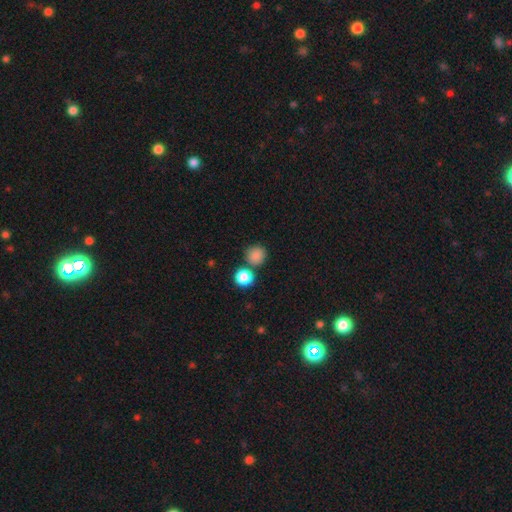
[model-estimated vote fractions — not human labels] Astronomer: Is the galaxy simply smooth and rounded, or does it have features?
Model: smooth — 85%.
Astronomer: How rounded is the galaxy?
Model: round — 90%.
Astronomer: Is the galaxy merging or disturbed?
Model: none — 74%.